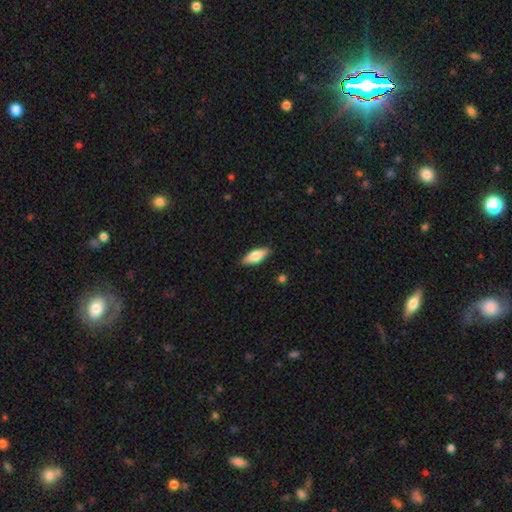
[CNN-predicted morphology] This appears to be a smooth galaxy with no disk features (71%) that is in between round and cigar-shaped (74%). Merging: none (86%).